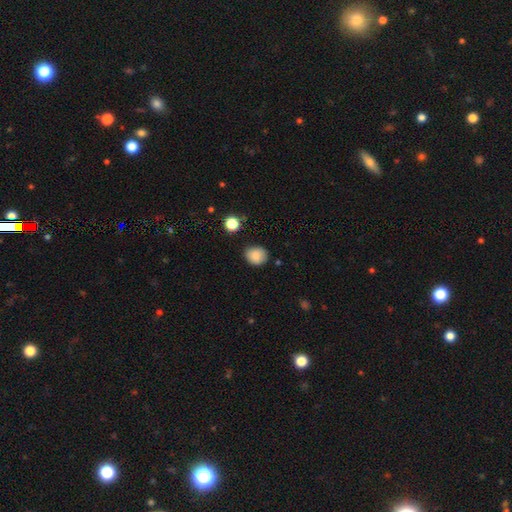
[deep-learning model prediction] Smooth or featured? Predicted: smooth (p=0.84). How rounded? Predicted: round (p=0.67). Merging? Predicted: none (p=0.82).